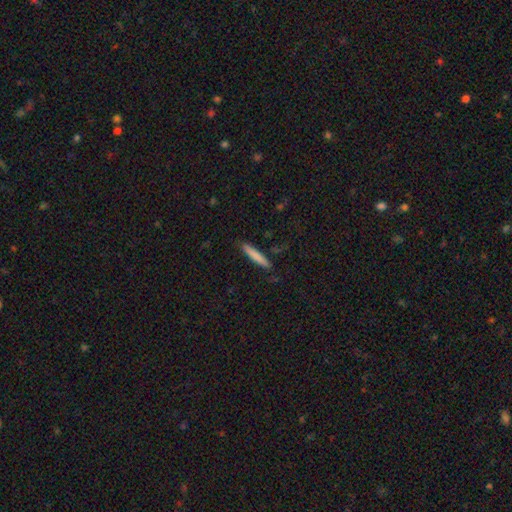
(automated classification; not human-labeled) Smooth or featured: smooth — 78% (featured or disk — 16%)
How rounded: cigar-shaped — 94% (in between — 5%)
Merging: none — 87% (minor disturbance — 10%)